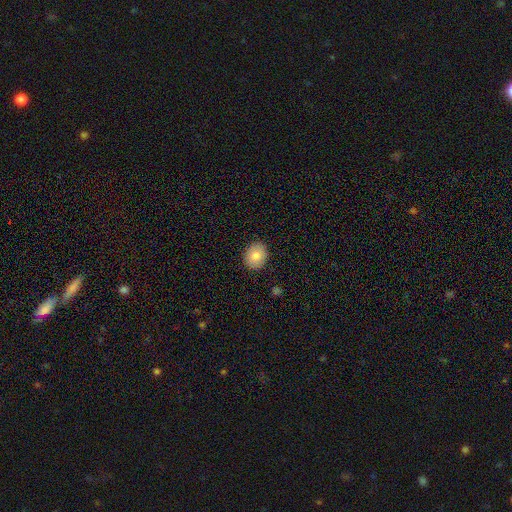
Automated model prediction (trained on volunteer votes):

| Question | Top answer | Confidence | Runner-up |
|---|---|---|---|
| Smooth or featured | smooth | 83% | featured or disk (9%) |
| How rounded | round | 53% | in between (46%) |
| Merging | none | 89% | minor disturbance (8%) |